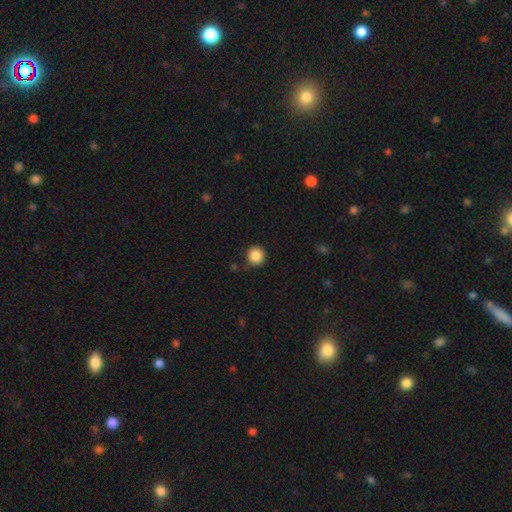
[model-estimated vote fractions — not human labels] The model was most divided on "merging": none: 86%, minor disturbance: 9%, major disturbance: 3%, merger: 2%. More confident: how rounded — round (95%); smooth or featured — smooth (87%).